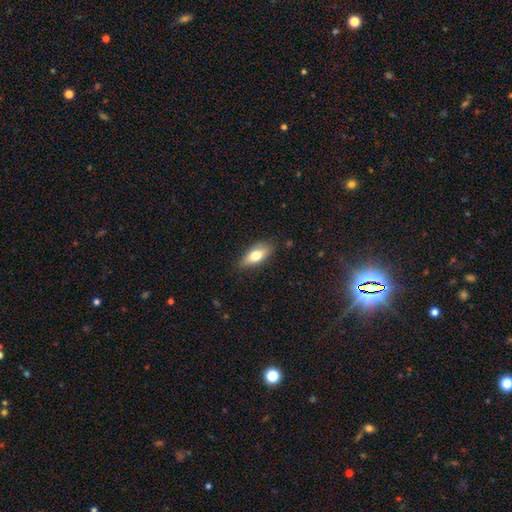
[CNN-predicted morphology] smooth 70%, featured or disk 23%, star or artifact 7%. Down the decision tree: how rounded — in between (76%); merging — none (82%).